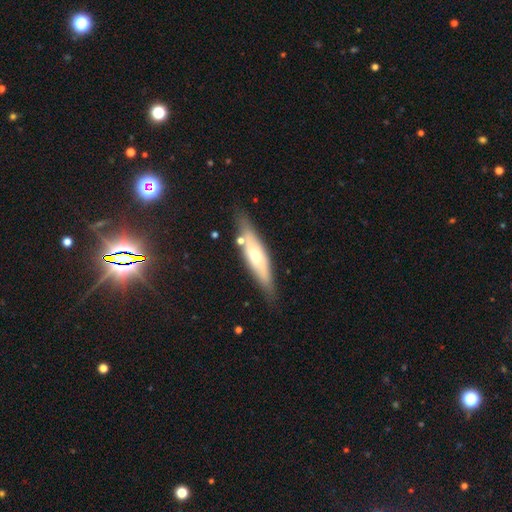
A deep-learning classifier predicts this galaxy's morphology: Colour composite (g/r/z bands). It shows a featured or disk galaxy (48%). Merging: none (76%).